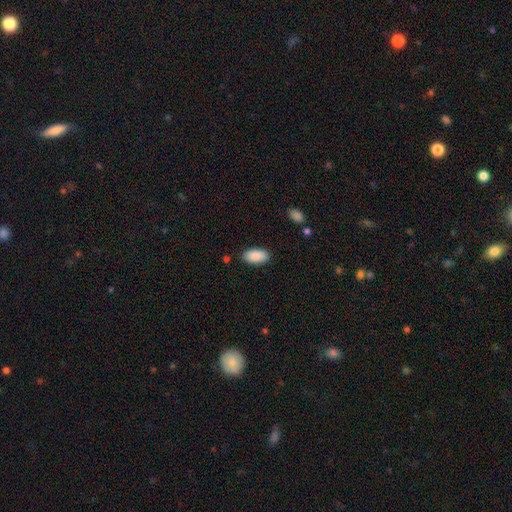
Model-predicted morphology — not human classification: This is clearly a smooth galaxy (89%). How rounded: clearly in between (94%). Merging: clearly none (86%).